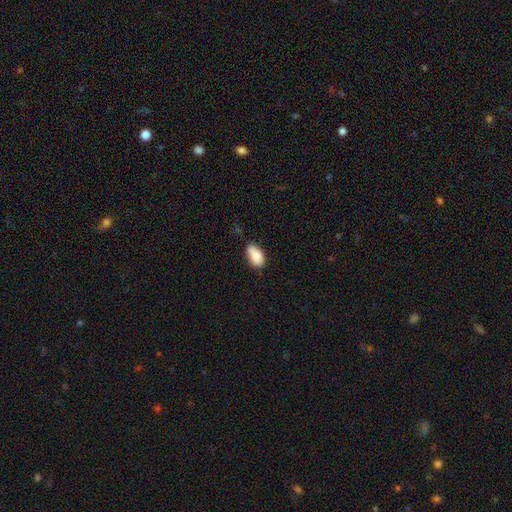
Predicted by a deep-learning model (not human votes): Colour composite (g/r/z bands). It shows a smooth galaxy with no disk features (87%) that is in between round and cigar-shaped (92%). Merging: none (64%).